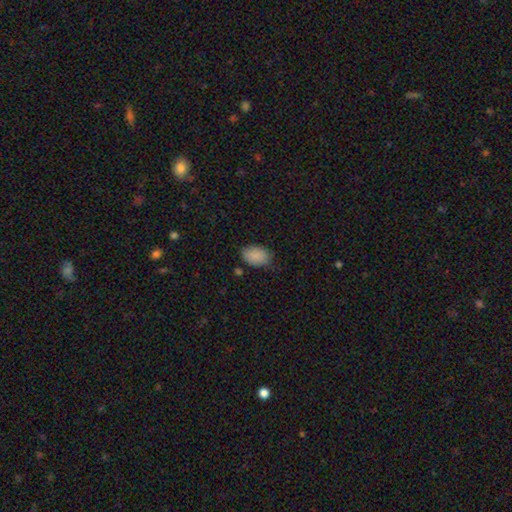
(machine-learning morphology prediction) Smooth or featured? smooth (88%)
How rounded? in between (88%)
Merging? none (76%)